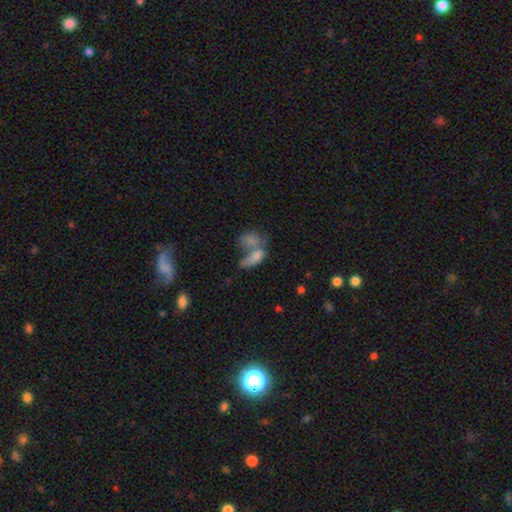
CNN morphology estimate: The model was most divided on "merging": merger: 61%, none: 21%, minor disturbance: 10%, major disturbance: 9%. More confident: how rounded — in between (78%); smooth or featured — smooth (69%).